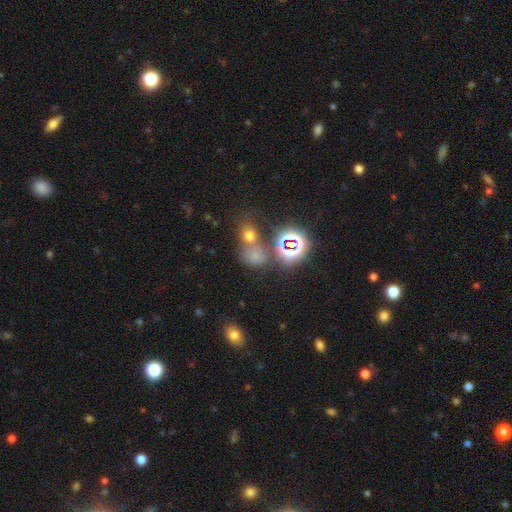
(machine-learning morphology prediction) smooth 55%, star or artifact 37%, featured or disk 9%. Down the decision tree: how rounded — round (66%); merging — none (43%).